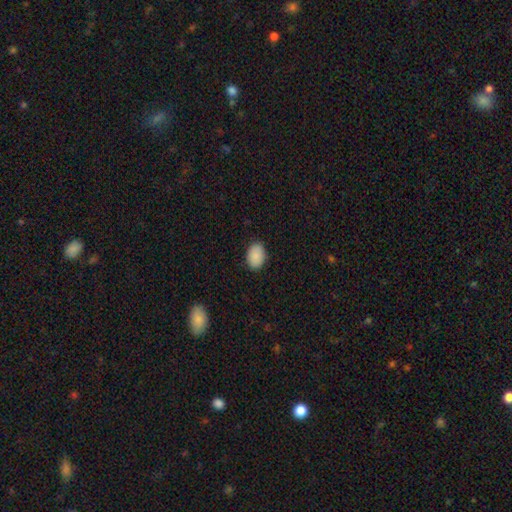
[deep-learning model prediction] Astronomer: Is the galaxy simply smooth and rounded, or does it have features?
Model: smooth — 90%.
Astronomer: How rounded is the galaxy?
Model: in between — 83%.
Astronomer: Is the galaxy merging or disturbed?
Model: none — 89%.